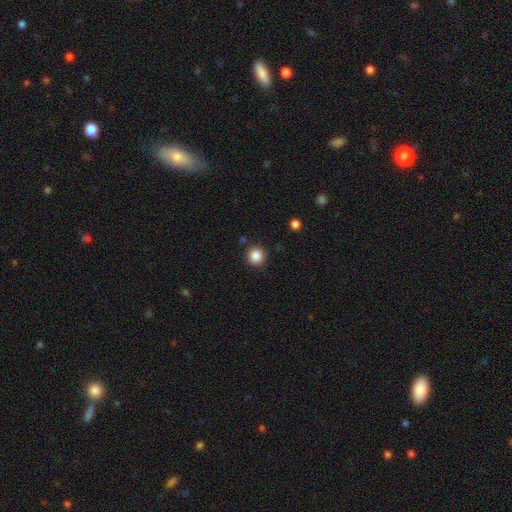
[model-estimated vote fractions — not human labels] Overall: smooth (85%). How rounded: round (94%). Merging: none (89%).